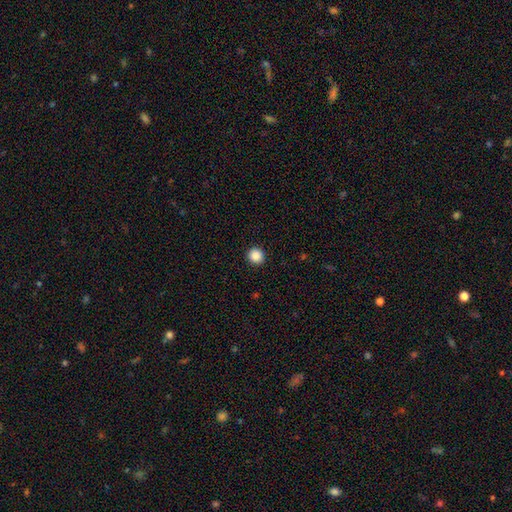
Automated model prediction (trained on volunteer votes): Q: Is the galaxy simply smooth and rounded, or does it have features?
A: smooth — 88%.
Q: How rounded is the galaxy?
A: round — 94%.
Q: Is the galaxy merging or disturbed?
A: none — 93%.